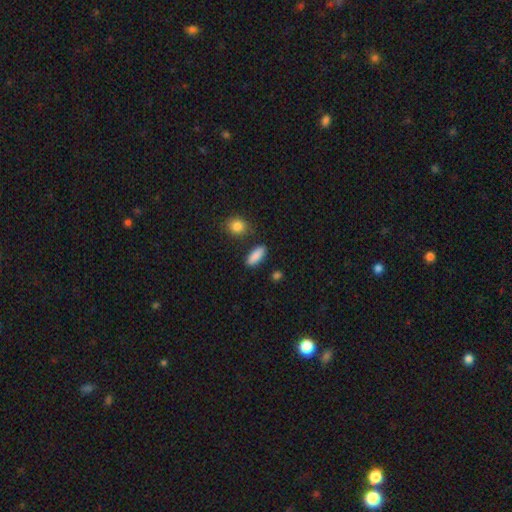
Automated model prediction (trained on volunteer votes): This is clearly a smooth galaxy (89%). How rounded: likely in between (74%). Merging: clearly none (84%).